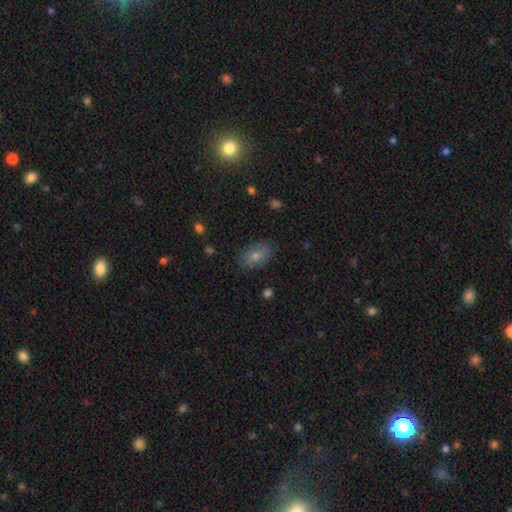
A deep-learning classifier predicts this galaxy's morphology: Smooth or featured: smooth — 61% (featured or disk — 21%)
How rounded: in between — 86% (round — 11%)
Merging: none — 83% (minor disturbance — 12%)